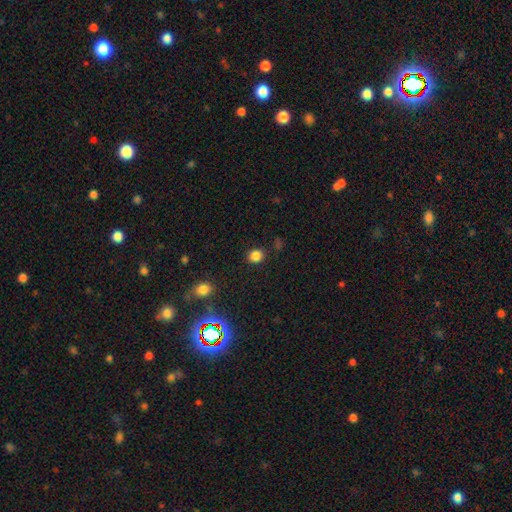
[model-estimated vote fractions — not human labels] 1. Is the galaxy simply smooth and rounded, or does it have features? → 83% smooth, 13% star or artifact, 4% featured or disk.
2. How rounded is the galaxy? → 80% round, 19% in between, 1% cigar-shaped.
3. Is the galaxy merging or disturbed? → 86% none, 8% minor disturbance, 3% major disturbance, 3% merger.